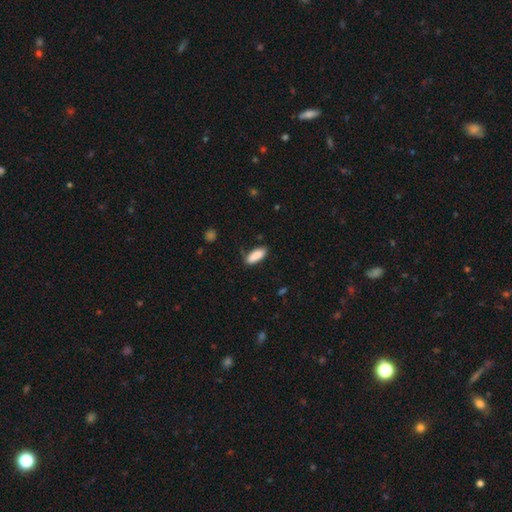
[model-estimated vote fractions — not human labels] A smooth galaxy with no disk features (89%) that is in between round and cigar-shaped (78%).

Vote fractions:
- Smooth or featured? smooth: 89% / star or artifact: 6% / featured or disk: 4%
- How rounded? in between: 78% / cigar-shaped: 20% / round: 2%
- Merging? none: 79% / minor disturbance: 16% / major disturbance: 3% / merger: 2%